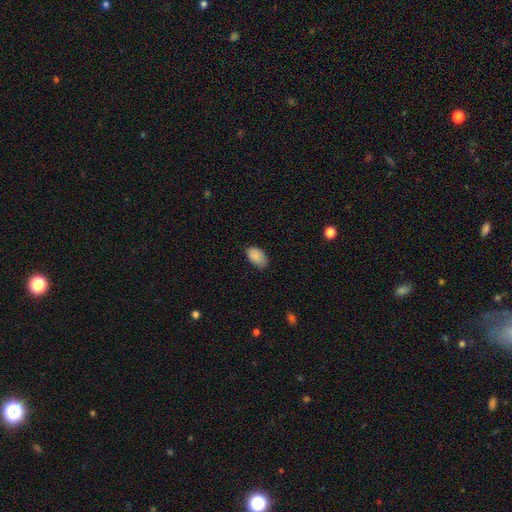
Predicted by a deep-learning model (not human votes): This is clearly a smooth galaxy (89%). How rounded: clearly in between (93%). Merging: likely none (79%).